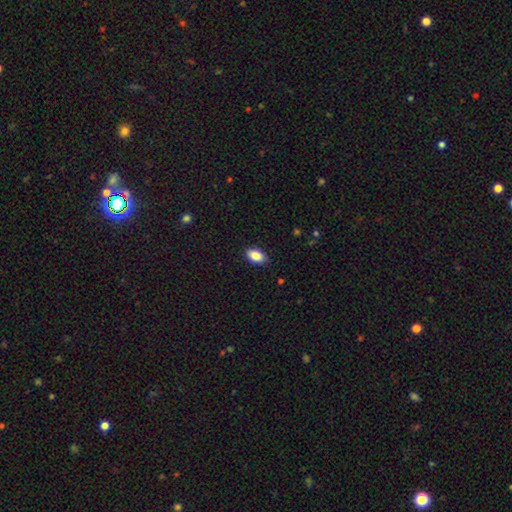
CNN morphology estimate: smooth_or_featured: smooth (p=0.87) [alt: star or artifact p=0.07]
how_rounded: in between (p=0.92) [alt: round p=0.06]
merging: none (p=0.87) [alt: minor disturbance p=0.10]